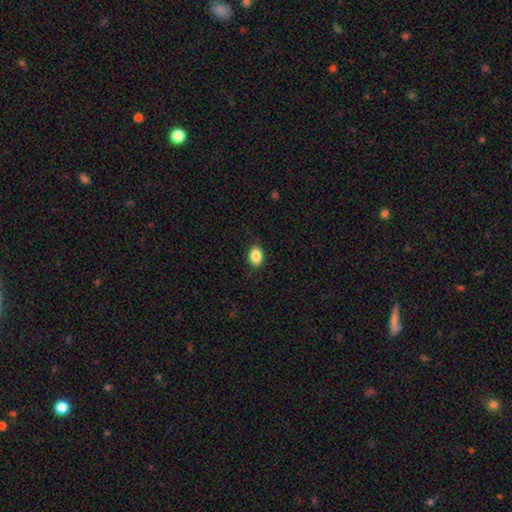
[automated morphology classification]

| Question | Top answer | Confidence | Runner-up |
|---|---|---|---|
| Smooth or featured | smooth | 87% | star or artifact (8%) |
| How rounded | in between | 78% | round (21%) |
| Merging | none | 87% | minor disturbance (10%) |